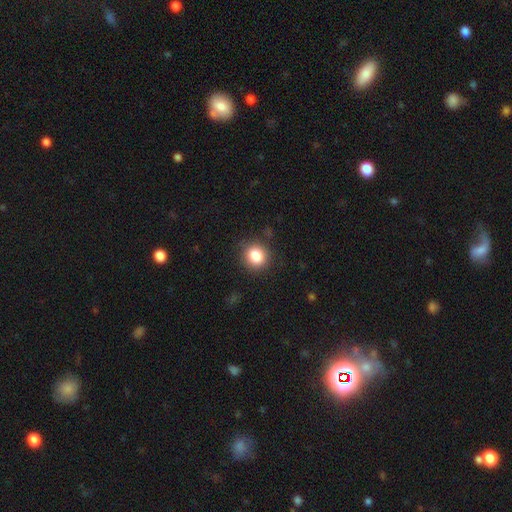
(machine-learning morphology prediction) Smooth or featured? Predicted: smooth (p=0.84). How rounded? Predicted: round (p=0.82). Merging? Predicted: none (p=0.86).